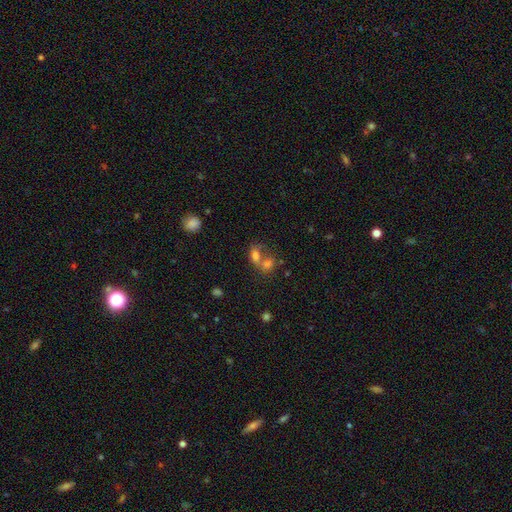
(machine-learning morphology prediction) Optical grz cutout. It shows a smooth galaxy with no disk features (74%) that is in between round and cigar-shaped (78%). Merging: merger (63%).